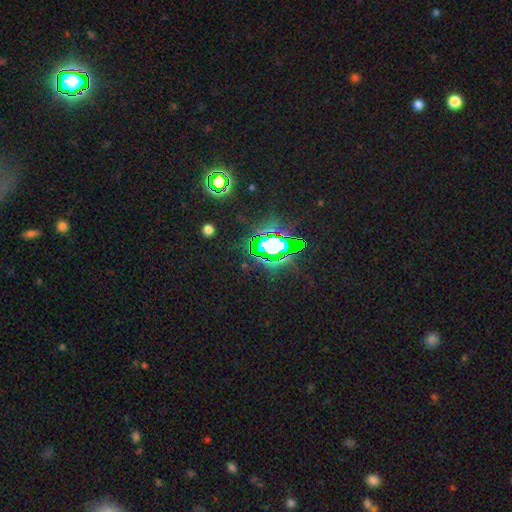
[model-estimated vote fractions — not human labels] Smooth or featured? Predicted: star or artifact (p=0.83).